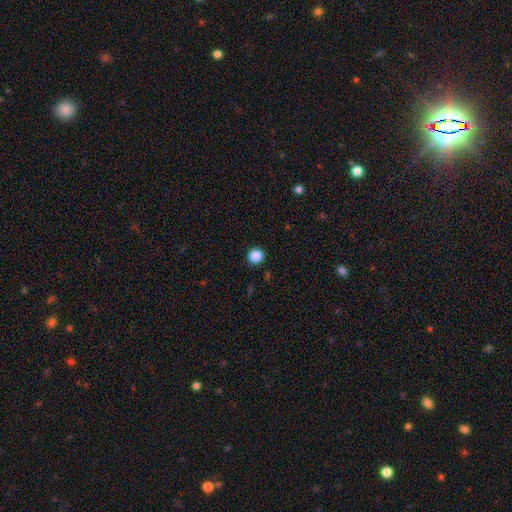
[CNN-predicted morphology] smooth-or-featured: smooth: 88% | star or artifact: 10% | featured or disk: 2%
  how-rounded: round: 92% | in between: 7% | cigar-shaped: 1%
  merging: none: 92% | minor disturbance: 5% | major disturbance: 2% | merger: 1%